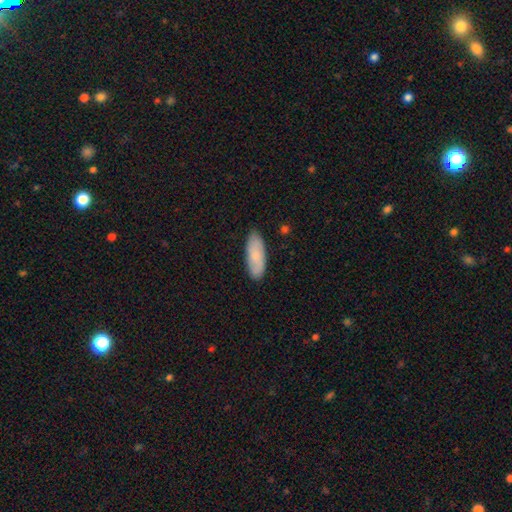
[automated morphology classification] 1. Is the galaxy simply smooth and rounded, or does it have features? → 77% smooth, 17% featured or disk, 6% star or artifact.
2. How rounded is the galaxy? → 72% in between, 26% cigar-shaped, 2% round.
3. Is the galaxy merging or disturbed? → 84% none, 13% minor disturbance, 2% major disturbance, 1% merger.